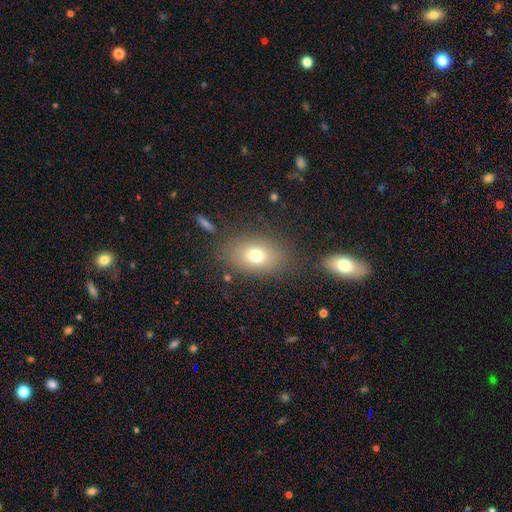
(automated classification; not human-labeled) Q: Smooth or featured?
A: smooth (74%); runner-up: featured or disk (15%)
Q: How rounded?
A: in between (80%); runner-up: round (19%)
Q: Merging?
A: none (80%); runner-up: minor disturbance (12%)